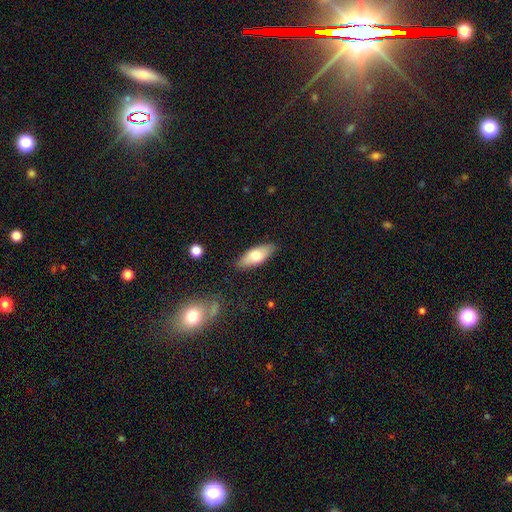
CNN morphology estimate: Smooth or featured: smooth — 69% (featured or disk — 24%)
How rounded: in between — 77% (cigar-shaped — 20%)
Merging: none — 85% (minor disturbance — 11%)